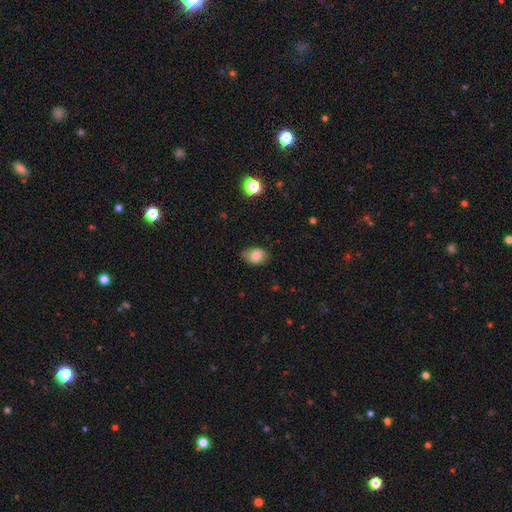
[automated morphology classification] Q: Smooth or featured?
A: smooth (77%); runner-up: featured or disk (14%)
Q: How rounded?
A: in between (74%); runner-up: round (25%)
Q: Merging?
A: none (74%); runner-up: minor disturbance (20%)